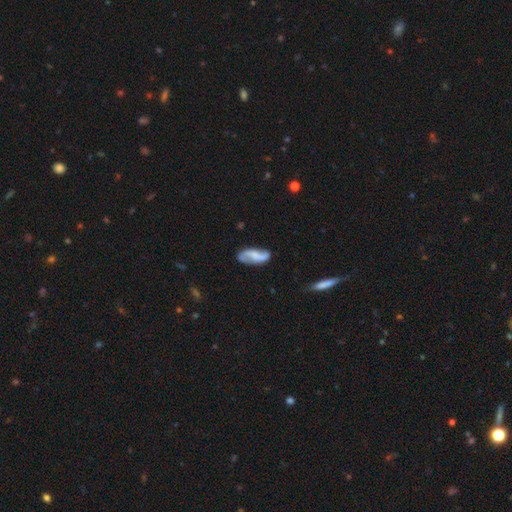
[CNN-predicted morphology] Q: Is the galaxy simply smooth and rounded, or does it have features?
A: featured or disk — 68%.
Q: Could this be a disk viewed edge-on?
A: no — 95%.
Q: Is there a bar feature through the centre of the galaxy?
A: no — 41%.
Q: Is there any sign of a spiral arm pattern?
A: yes — 93%.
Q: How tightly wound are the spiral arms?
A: loose — 63%.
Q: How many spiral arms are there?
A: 2 — 90%.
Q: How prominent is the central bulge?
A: none — 52%.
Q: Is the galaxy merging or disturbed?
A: none — 73%.